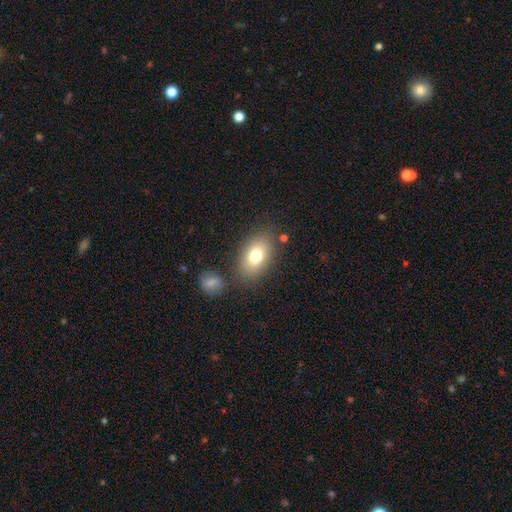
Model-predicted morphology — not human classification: smooth 78%, featured or disk 13%, star or artifact 9%. Down the decision tree: how rounded — in between (87%); merging — none (77%).